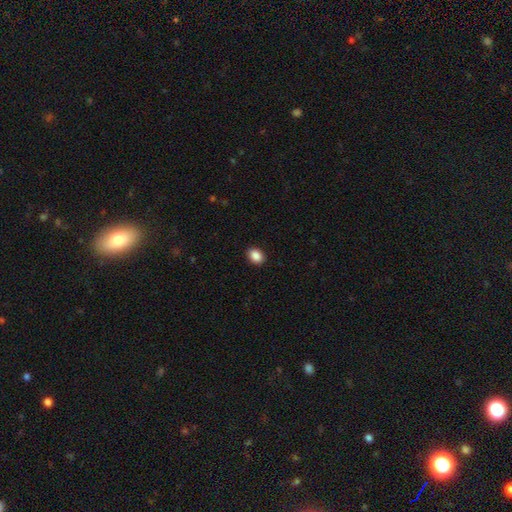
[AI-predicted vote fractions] A smooth galaxy with no disk features (89%) that is in between round and cigar-shaped (66%).

Vote fractions:
- Smooth or featured? smooth: 89% / star or artifact: 8% / featured or disk: 3%
- How rounded? in between: 66% / round: 33% / cigar-shaped: 1%
- Merging? none: 91% / minor disturbance: 7% / major disturbance: 2% / merger: 1%